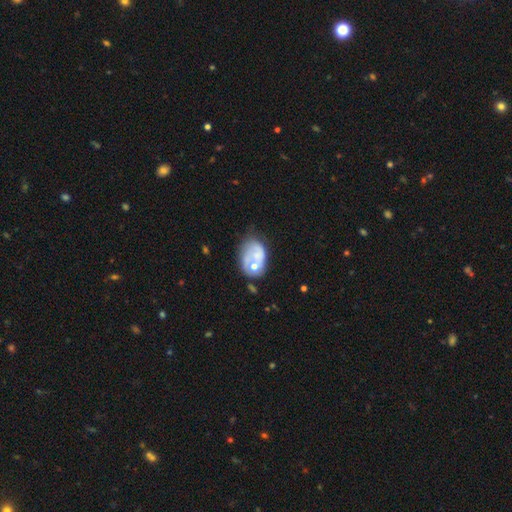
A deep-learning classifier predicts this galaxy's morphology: type=smooth (51%); roundness=in between (77%); merging=none (26%, tied with merger and minor disturbance).